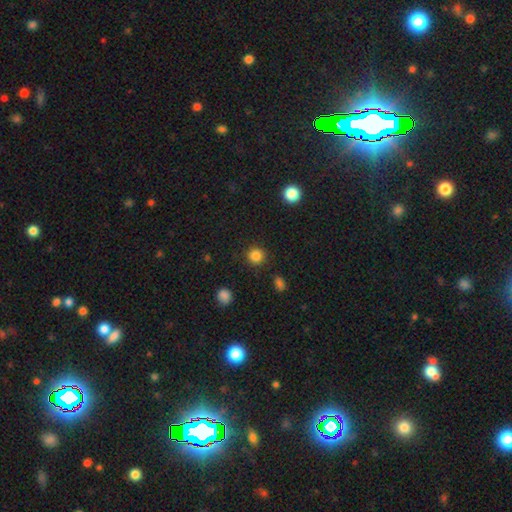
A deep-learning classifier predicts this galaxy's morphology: Smooth or featured? smooth (84%)
How rounded? round (93%)
Merging? none (90%)